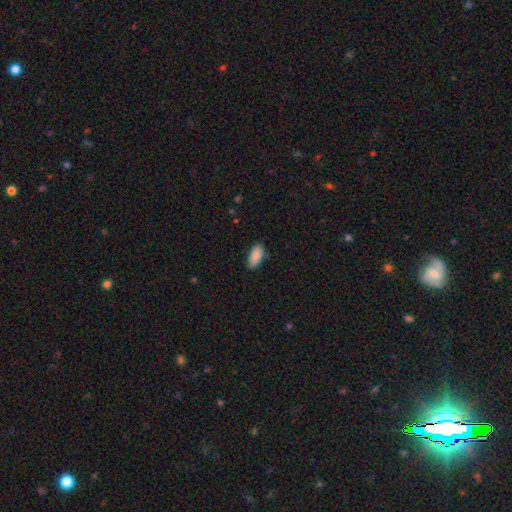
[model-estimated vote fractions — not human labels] smooth_or_featured: smooth (p=0.89) [alt: star or artifact p=0.07]
how_rounded: in between (p=0.90) [alt: cigar-shaped p=0.08]
merging: none (p=0.84) [alt: minor disturbance p=0.13]